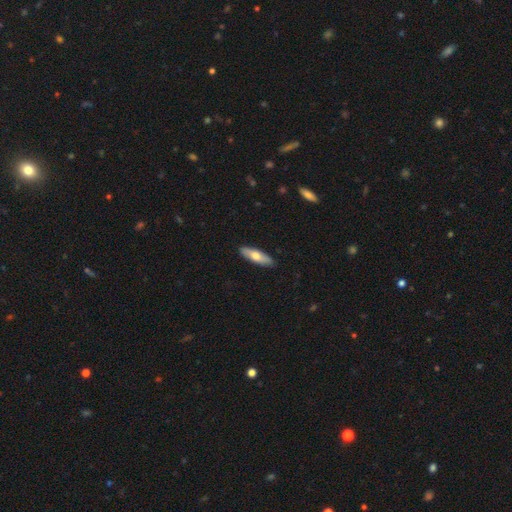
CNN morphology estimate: A smooth galaxy with no disk features (65%) that is cigar-shaped (50%). Merging: none (90%).